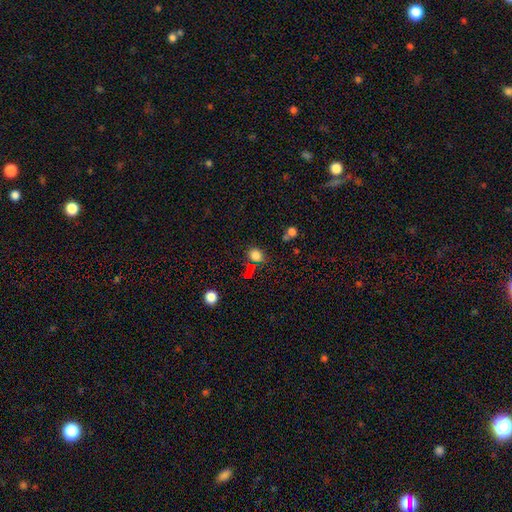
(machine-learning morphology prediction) Smooth or featured? Predicted: smooth (p=0.77). How rounded? Predicted: round (p=0.62). Merging? Predicted: none (p=0.65).